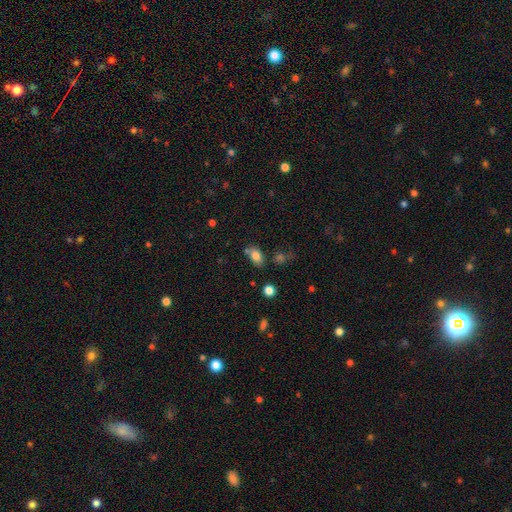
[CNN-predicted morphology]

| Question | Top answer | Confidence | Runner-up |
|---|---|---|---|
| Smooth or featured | smooth | 80% | star or artifact (11%) |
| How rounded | in between | 81% | round (17%) |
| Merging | none | 64% | minor disturbance (18%) |